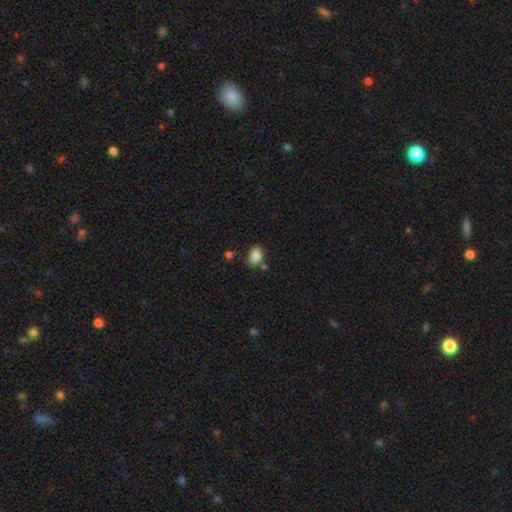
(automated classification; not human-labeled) Smooth or featured? Predicted: smooth (p=0.85). How rounded? Predicted: in between (p=0.82). Merging? Predicted: none (p=0.70).